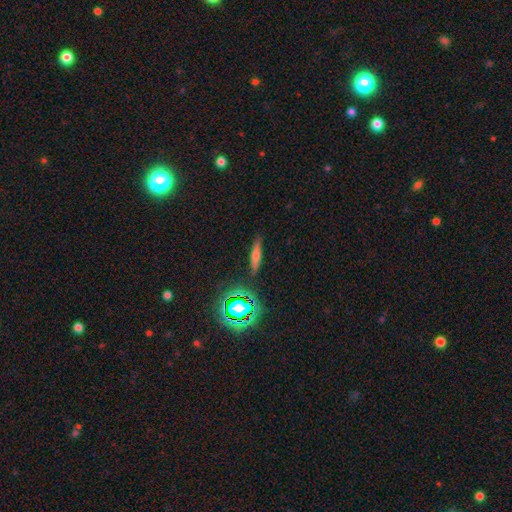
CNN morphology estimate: Smooth or featured?
  - smooth: 49% *
  - featured or disk: 33%
  - star or artifact: 19%
Merging?
  - none: 85% *
  - minor disturbance: 10%
  - major disturbance: 3%
  - merger: 2%